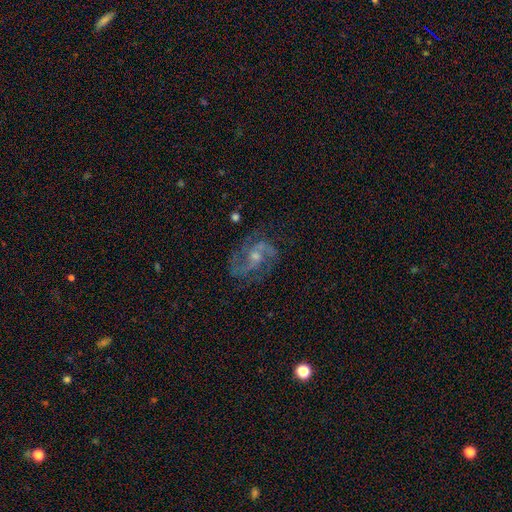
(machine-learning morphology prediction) type=featured or disk (85%); edge-on=no (98%); bar=no (52%); spiral arms=yes (96%); winding=medium (54%); arm count=2 (72%); bulge=small (53%); merging=none (68%).